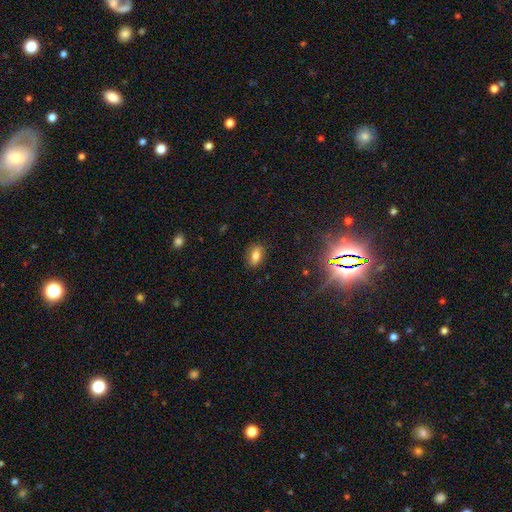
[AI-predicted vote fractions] Smooth or featured? Predicted: smooth (p=0.72). How rounded? Predicted: in between (p=0.84). Merging? Predicted: none (p=0.84).